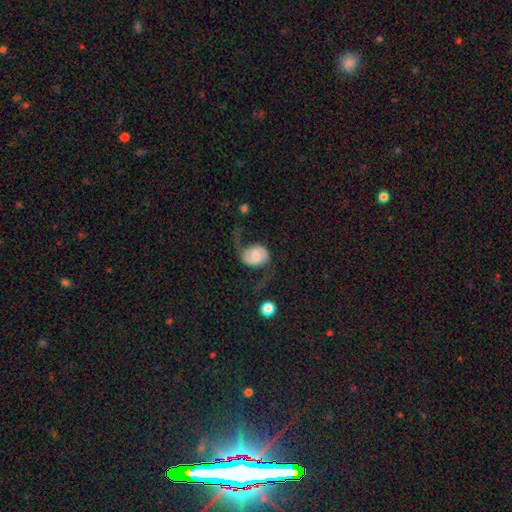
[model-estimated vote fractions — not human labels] smooth_or_featured: featured or disk (p=0.65) [alt: smooth p=0.28]
disk_edge_on: no (p=0.97) [alt: yes p=0.03]
bar: no (p=0.46) [alt: weak p=0.40]
has_spiral_arms: yes (p=0.89) [alt: no p=0.11]
spiral_winding: loose (p=0.72) [alt: medium p=0.21]
spiral_arm_count: 2 (p=0.89) [alt: 1 p=0.05]
bulge_size: moderate (p=0.42) [alt: small p=0.32]
merging: none (p=0.46) [alt: major disturbance p=0.30]